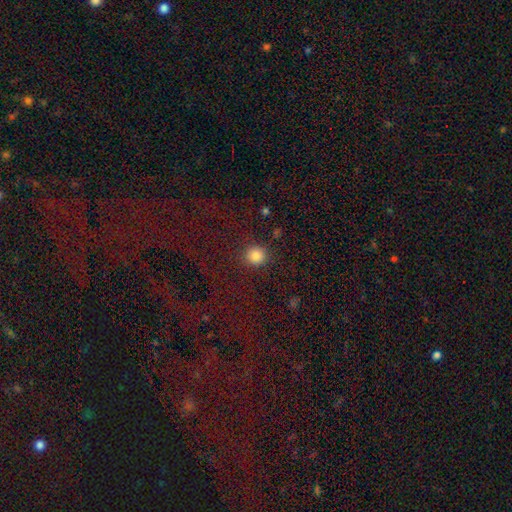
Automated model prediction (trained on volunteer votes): Smooth or featured? smooth (84%)
How rounded? round (92%)
Merging? none (89%)